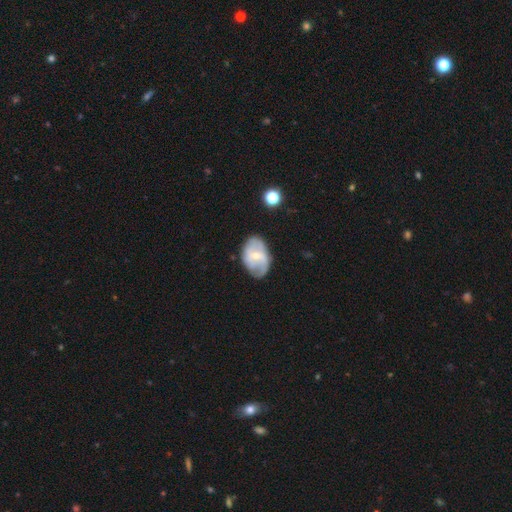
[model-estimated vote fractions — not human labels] This appears to be a featured or disk galaxy (67%) with a weak bar (47%), 2 (57%) medium (41%) spiral arms (80%) and a small central bulge (59%). Merging: none (63%).